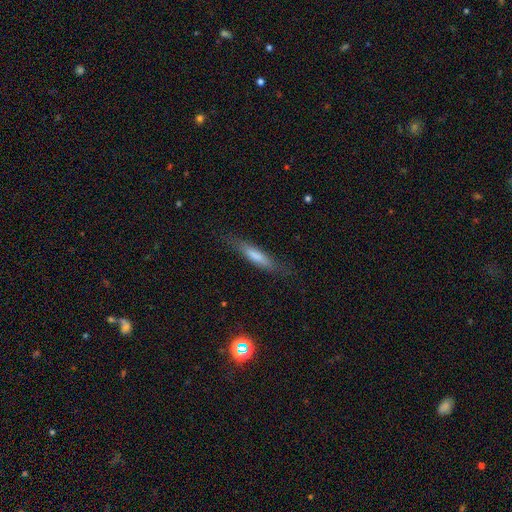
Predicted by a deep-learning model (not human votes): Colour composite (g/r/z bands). It shows a smooth galaxy with no disk features (70%) that is cigar-shaped (82%). Merging: none (78%).